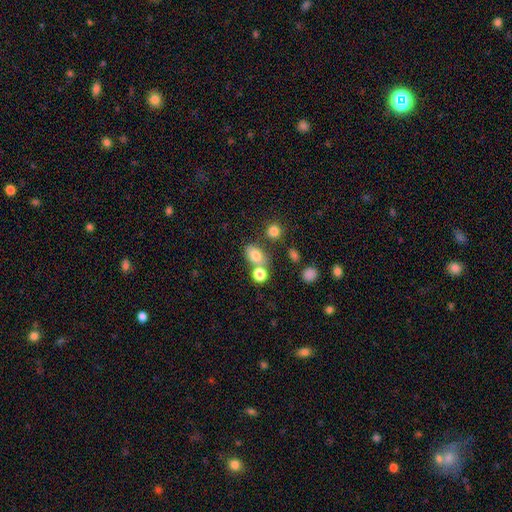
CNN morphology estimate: smooth 77%, star or artifact 13%, featured or disk 9%. Down the decision tree: how rounded — in between (66%); merging — none (57%).